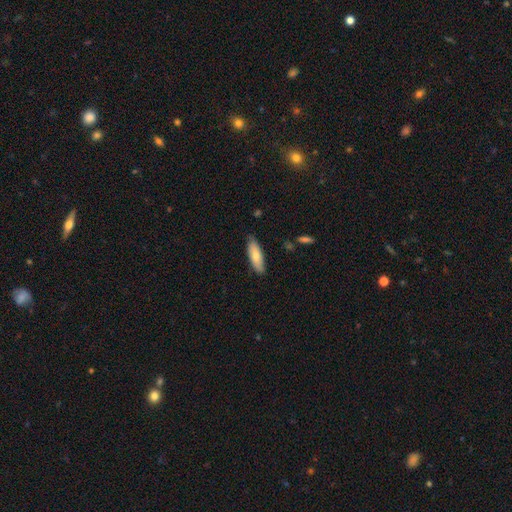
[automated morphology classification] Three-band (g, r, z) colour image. It shows a smooth galaxy with no disk features (75%) that is in between round and cigar-shaped (57%). Merging: none (82%).